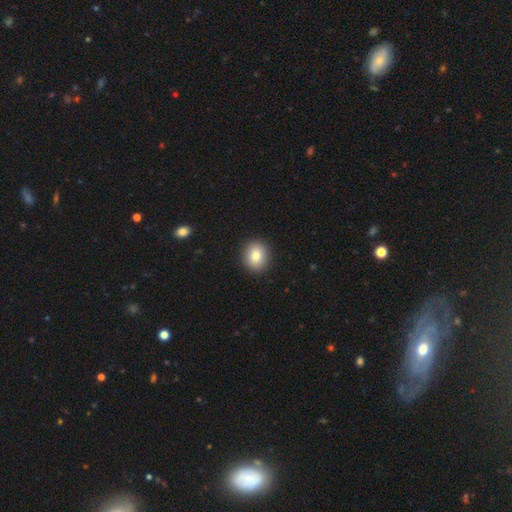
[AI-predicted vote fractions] A smooth galaxy with no disk features (83%) that is round (73%). Merging: none (91%).